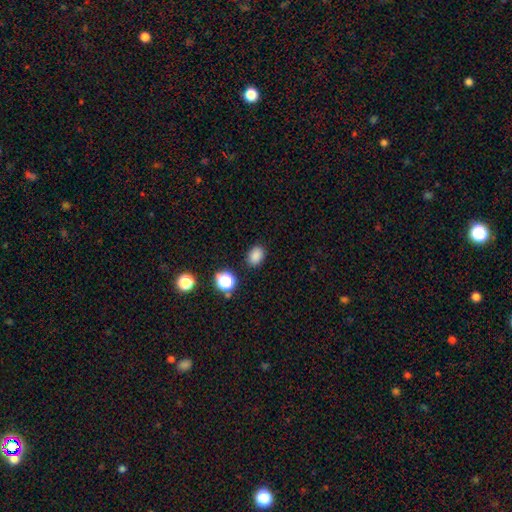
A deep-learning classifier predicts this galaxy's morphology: This is clearly a smooth galaxy (84%). How rounded: likely in between (72%). Merging: clearly none (87%).